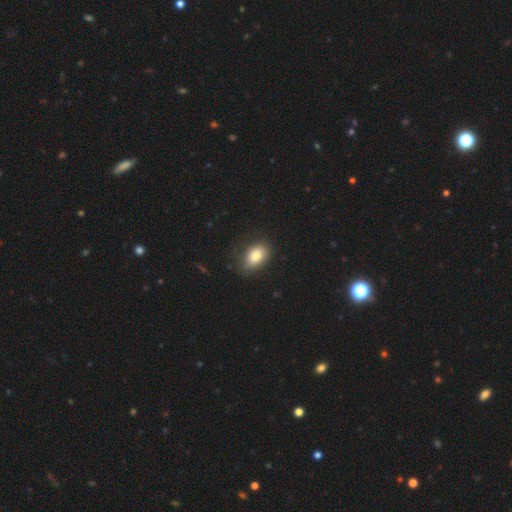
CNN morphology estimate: smooth-or-featured: smooth: 83% | featured or disk: 9% | star or artifact: 8%
  how-rounded: in between: 86% | round: 12% | cigar-shaped: 2%
  merging: none: 76% | minor disturbance: 18% | major disturbance: 4% | merger: 1%